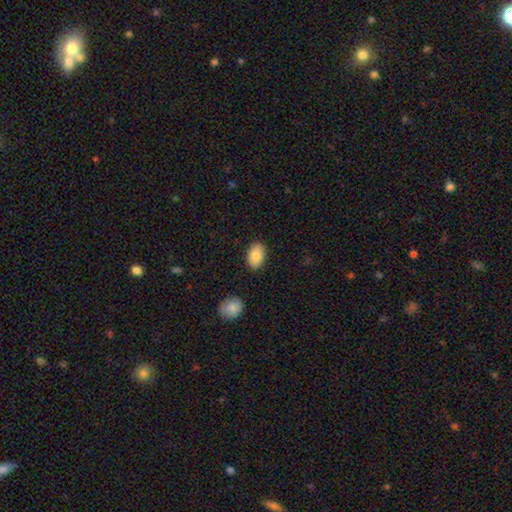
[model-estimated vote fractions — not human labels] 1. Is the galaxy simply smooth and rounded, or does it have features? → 85% smooth, 8% featured or disk, 7% star or artifact.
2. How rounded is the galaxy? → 91% in between, 7% round, 1% cigar-shaped.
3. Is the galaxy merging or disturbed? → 87% none, 9% minor disturbance, 2% major disturbance, 2% merger.